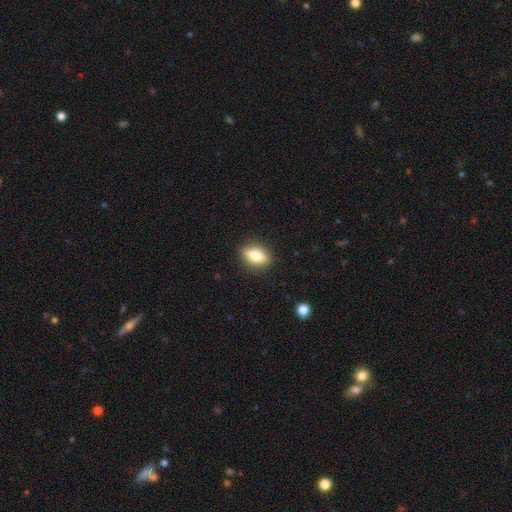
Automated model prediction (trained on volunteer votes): Smooth or featured? Predicted: smooth (p=0.67). How rounded? Predicted: in between (p=0.74). Merging? Predicted: none (p=0.87).